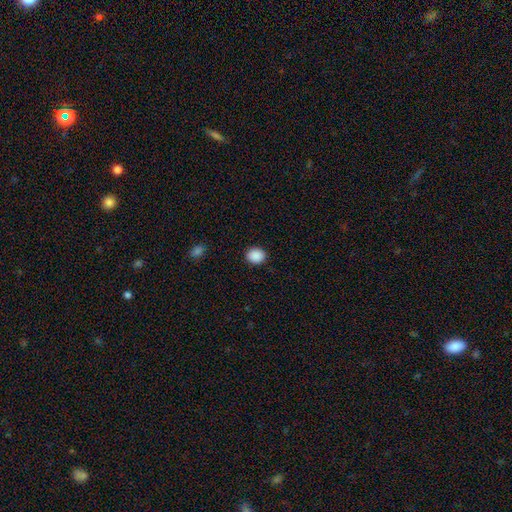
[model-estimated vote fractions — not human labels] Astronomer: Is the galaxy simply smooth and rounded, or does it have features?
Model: smooth — 90%.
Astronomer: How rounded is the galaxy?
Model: round — 69%.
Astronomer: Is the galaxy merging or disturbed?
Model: none — 91%.